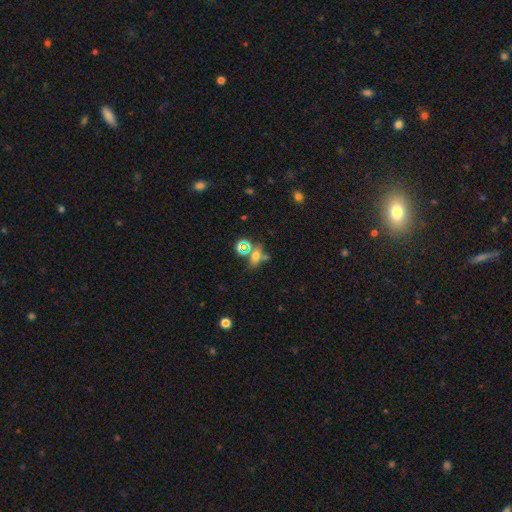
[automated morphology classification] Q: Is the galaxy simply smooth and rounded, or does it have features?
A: smooth — 48%.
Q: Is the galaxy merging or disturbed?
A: none — 53%.